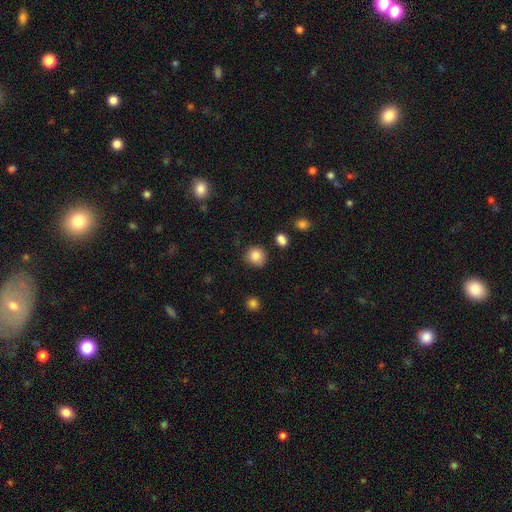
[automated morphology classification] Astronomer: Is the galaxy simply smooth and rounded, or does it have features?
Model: smooth — 84%.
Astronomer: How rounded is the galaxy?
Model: round — 88%.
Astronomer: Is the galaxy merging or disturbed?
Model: none — 84%.